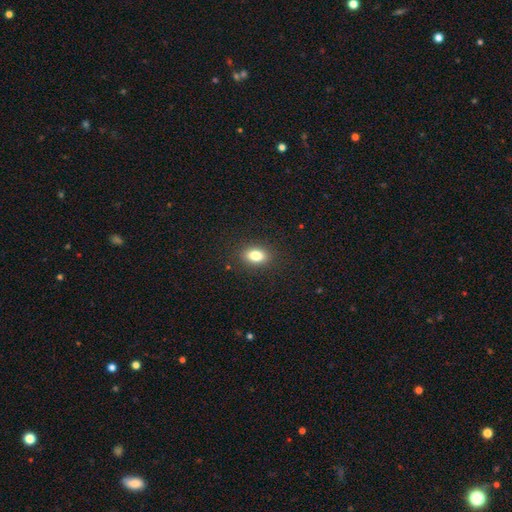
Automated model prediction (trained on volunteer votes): A smooth galaxy with no disk features (83%) that is in between round and cigar-shaped (80%).

Vote fractions:
- Smooth or featured? smooth: 83% / star or artifact: 10% / featured or disk: 8%
- How rounded? in between: 80% / round: 18% / cigar-shaped: 2%
- Merging? none: 88% / minor disturbance: 8% / major disturbance: 3% / merger: 1%